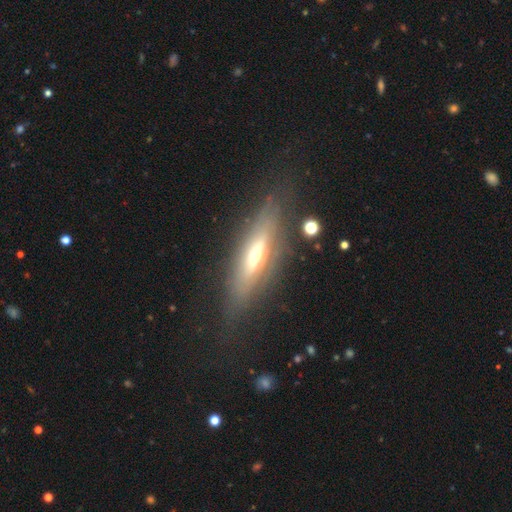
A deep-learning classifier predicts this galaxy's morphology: type=featured or disk (62%); edge-on=yes (79%); merging=none (75%).